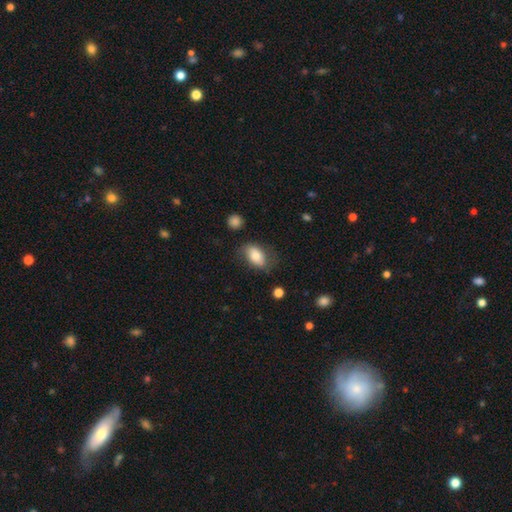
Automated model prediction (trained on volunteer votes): Smooth or featured? smooth (75%)
How rounded? in between (89%)
Merging? none (65%)